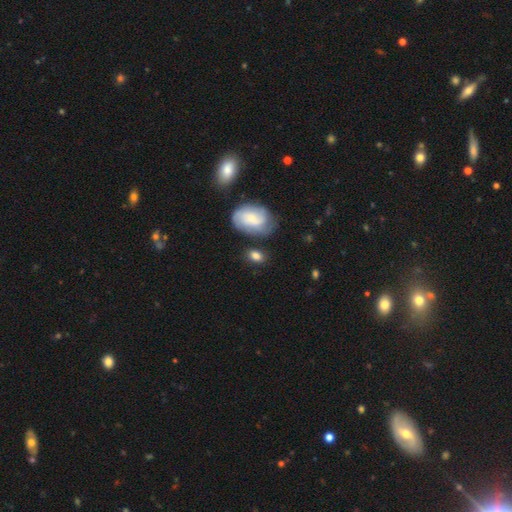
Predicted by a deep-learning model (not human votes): Q: Smooth or featured?
A: smooth (75%); runner-up: featured or disk (16%)
Q: How rounded?
A: in between (74%); runner-up: round (23%)
Q: Merging?
A: none (68%); runner-up: minor disturbance (18%)